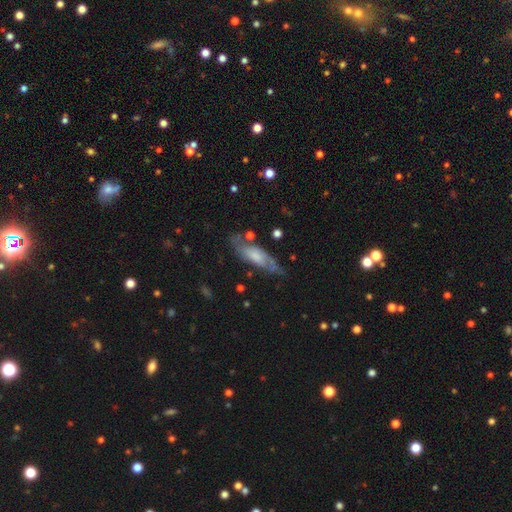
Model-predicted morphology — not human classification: Smooth or featured? Predicted: featured or disk (p=0.57). Edge-on disk? Predicted: no (p=0.73). Merging? Predicted: none (p=0.64).